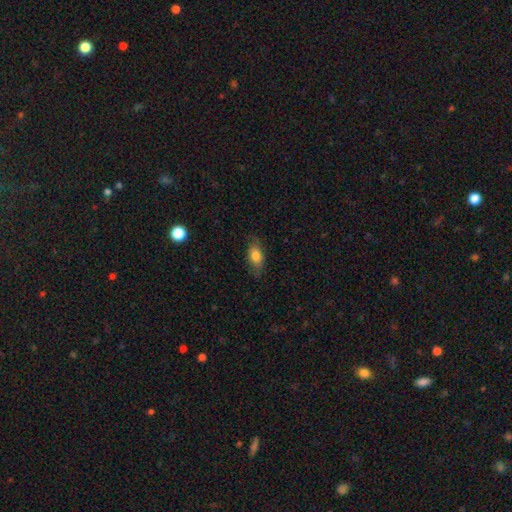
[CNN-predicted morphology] Smooth or featured? smooth (77%)
How rounded? in between (84%)
Merging? none (80%)